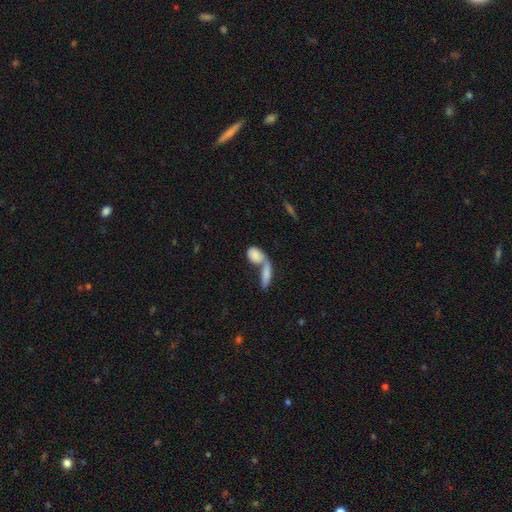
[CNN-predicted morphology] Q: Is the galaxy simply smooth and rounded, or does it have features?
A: smooth — 76%.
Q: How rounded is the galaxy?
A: in between — 71%.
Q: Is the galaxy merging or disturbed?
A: merger — 62%.